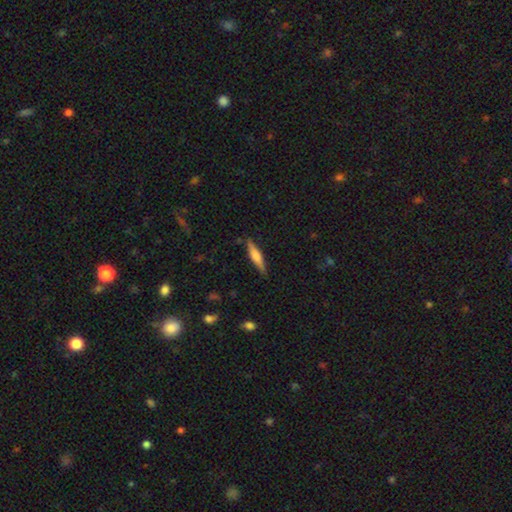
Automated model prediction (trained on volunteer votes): Smooth or featured? Predicted: featured or disk (p=0.48). Merging? Predicted: none (p=0.87).